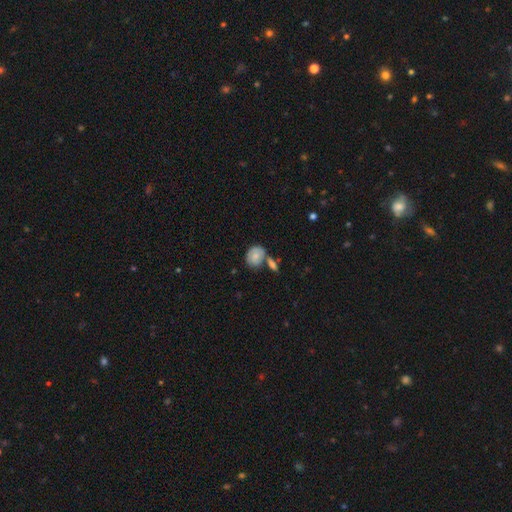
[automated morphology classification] type=smooth (67%); roundness=round (54%); merging=none (47%).